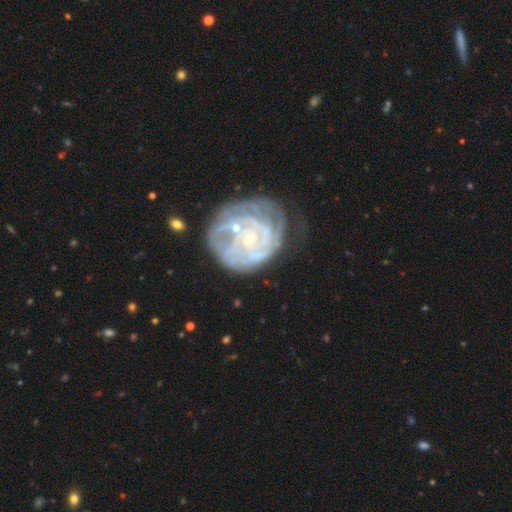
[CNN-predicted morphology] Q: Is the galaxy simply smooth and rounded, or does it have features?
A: featured or disk — 86%.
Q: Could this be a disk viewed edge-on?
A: no — 98%.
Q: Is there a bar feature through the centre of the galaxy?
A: no — 70%.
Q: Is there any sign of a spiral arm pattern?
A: yes — 94%.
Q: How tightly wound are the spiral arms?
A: tight — 73%.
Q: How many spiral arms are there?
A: can't tell — 29%.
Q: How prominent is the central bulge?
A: small — 67%.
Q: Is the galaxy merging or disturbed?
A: none — 42%.